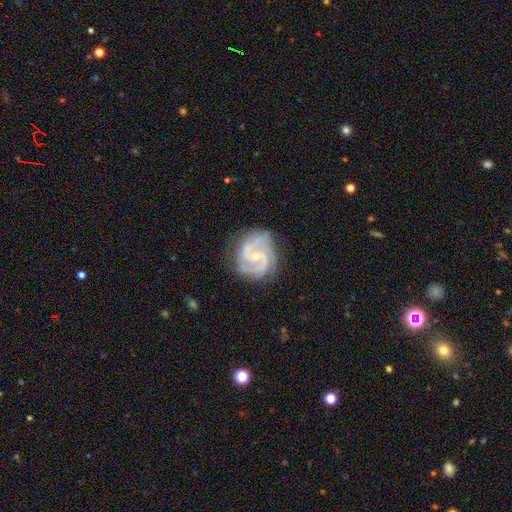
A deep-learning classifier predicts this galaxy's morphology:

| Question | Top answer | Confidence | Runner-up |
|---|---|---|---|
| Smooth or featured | featured or disk | 90% | star or artifact (5%) |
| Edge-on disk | no | 98% | yes (2%) |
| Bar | no | 51% | weak (39%) |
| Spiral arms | yes | 98% | no (2%) |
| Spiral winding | medium | 50% | tight (41%) |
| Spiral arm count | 2 | 56% | 3 (27%) |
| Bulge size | small | 71% | moderate (26%) |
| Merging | none | 75% | minor disturbance (18%) |